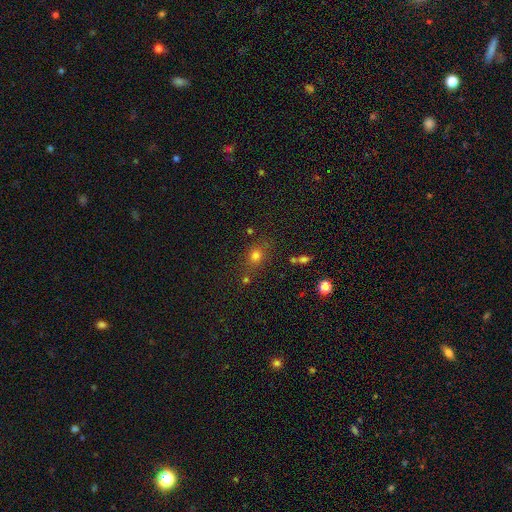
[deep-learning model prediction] Q: Smooth or featured?
A: smooth (71%); runner-up: star or artifact (20%)
Q: How rounded?
A: round (68%); runner-up: in between (30%)
Q: Merging?
A: none (73%); runner-up: minor disturbance (13%)